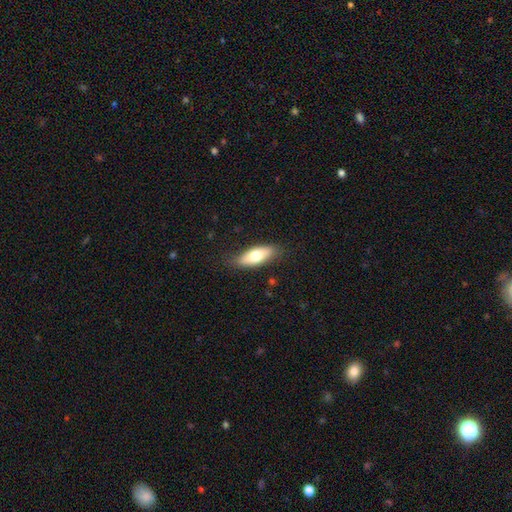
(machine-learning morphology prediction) Smooth or featured?
  - smooth: 70% *
  - featured or disk: 25%
  - star or artifact: 6%
How rounded?
  - in between: 73% *
  - cigar-shaped: 25%
  - round: 3%
Merging?
  - none: 81% *
  - minor disturbance: 15%
  - major disturbance: 3%
  - merger: 1%